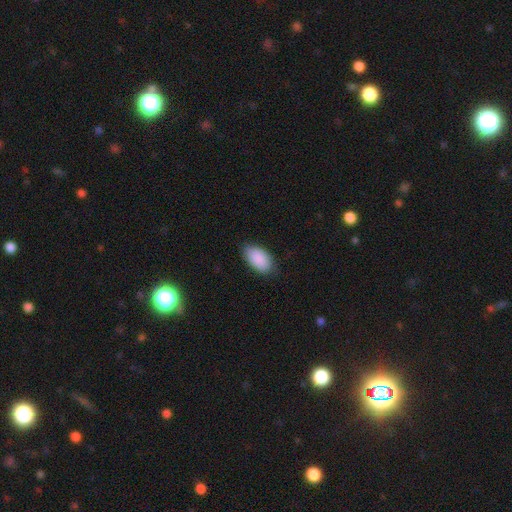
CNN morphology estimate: Smooth or featured?
  - smooth: 89% *
  - star or artifact: 7%
  - featured or disk: 4%
How rounded?
  - in between: 95% *
  - round: 3%
  - cigar-shaped: 2%
Merging?
  - none: 84% *
  - minor disturbance: 13%
  - major disturbance: 2%
  - merger: 1%